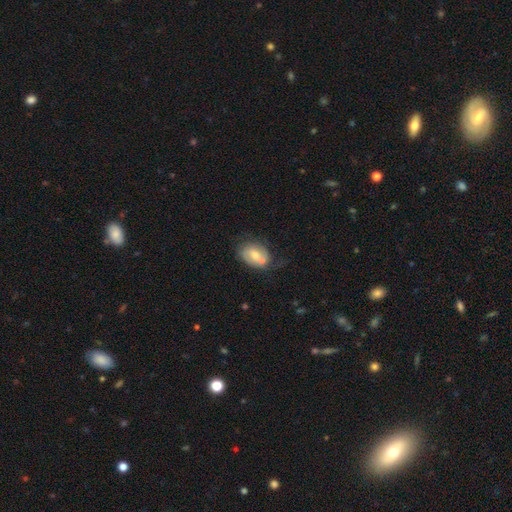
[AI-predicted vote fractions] This is possibly a smooth galaxy (57%). How rounded: likely in between (71%). Merging: marginally none (42%).